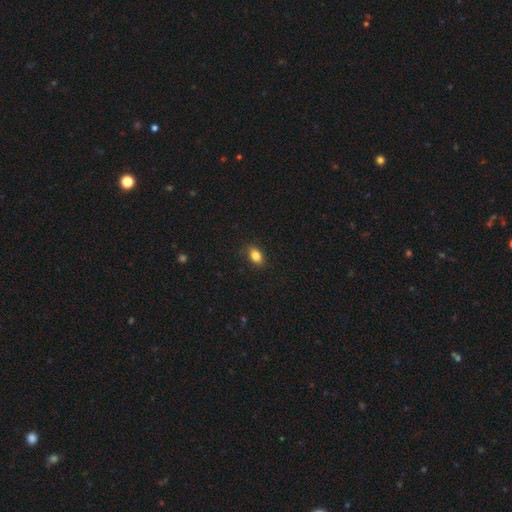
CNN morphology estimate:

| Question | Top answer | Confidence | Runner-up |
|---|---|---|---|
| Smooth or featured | smooth | 84% | star or artifact (9%) |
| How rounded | in between | 83% | round (15%) |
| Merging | none | 85% | minor disturbance (11%) |